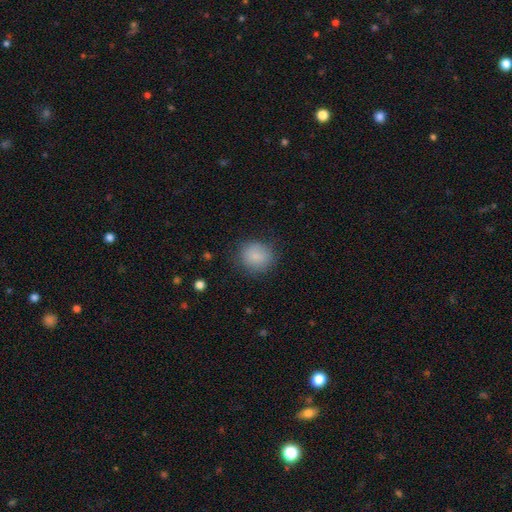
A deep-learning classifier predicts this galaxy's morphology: A smooth galaxy with no disk features (85%) that is round (83%). Merging: none (80%).